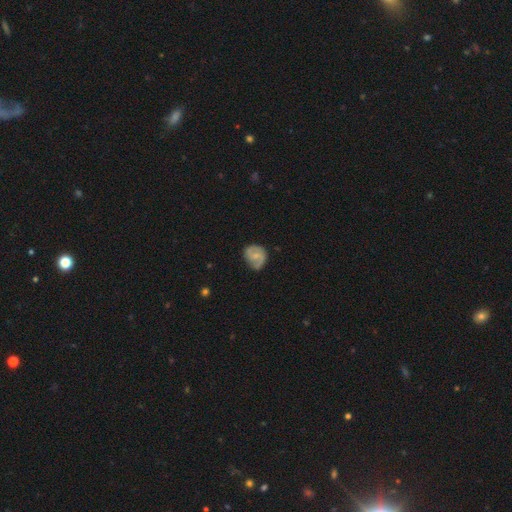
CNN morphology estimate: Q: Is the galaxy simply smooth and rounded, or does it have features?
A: featured or disk — 60%.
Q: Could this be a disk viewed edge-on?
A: no — 98%.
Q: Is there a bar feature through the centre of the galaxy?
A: no — 47%.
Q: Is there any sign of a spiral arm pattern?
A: yes — 87%.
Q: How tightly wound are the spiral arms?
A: medium — 45%.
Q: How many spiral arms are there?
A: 2 — 74%.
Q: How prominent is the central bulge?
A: small — 55%.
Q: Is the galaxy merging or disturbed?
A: none — 65%.